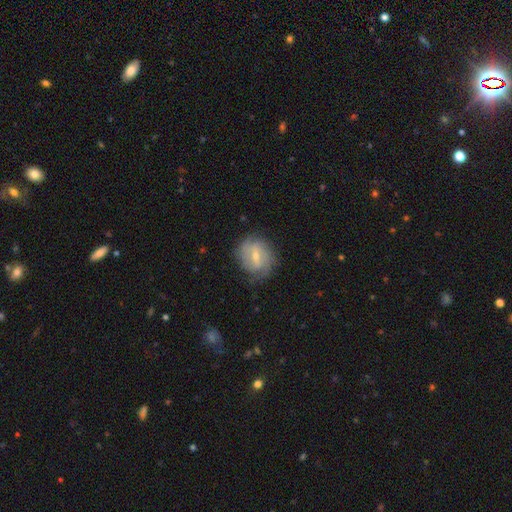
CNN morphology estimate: Overall: featured or disk (69%). Edge-on disk: no (95%). Bar: weak (55%; strong 27%). Spiral arms: yes (80%). Spiral arm count: 2 (44%; can't tell 34%). Spiral winding: tight (49%; medium 35%). Bulge size: small (53%; moderate 43%). Merging: none (71%).